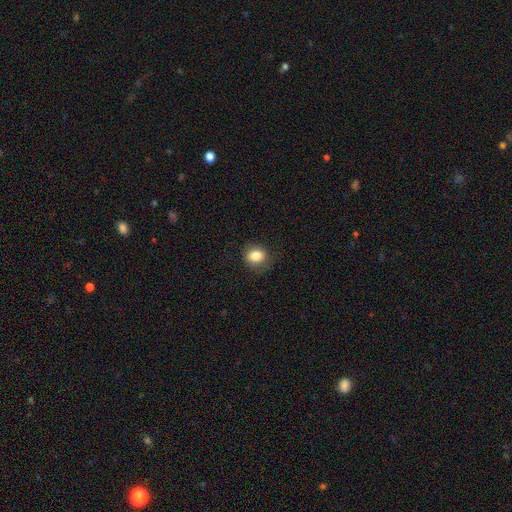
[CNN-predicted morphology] Smooth or featured: smooth — 84% (star or artifact — 10%)
How rounded: round — 64% (in between — 35%)
Merging: none — 81% (minor disturbance — 14%)